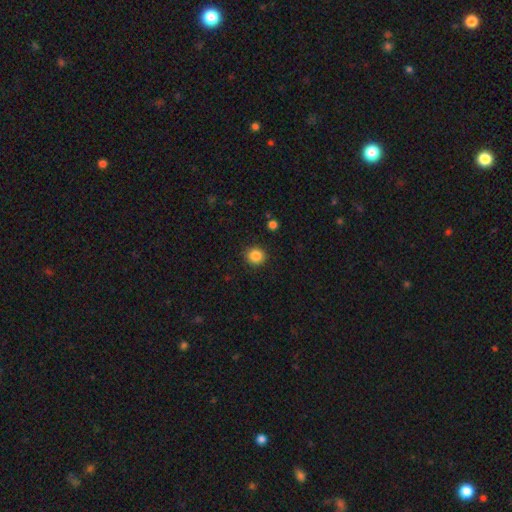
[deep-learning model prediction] This appears to be a smooth galaxy with no disk features (86%) that is round (90%). Merging: none (90%).